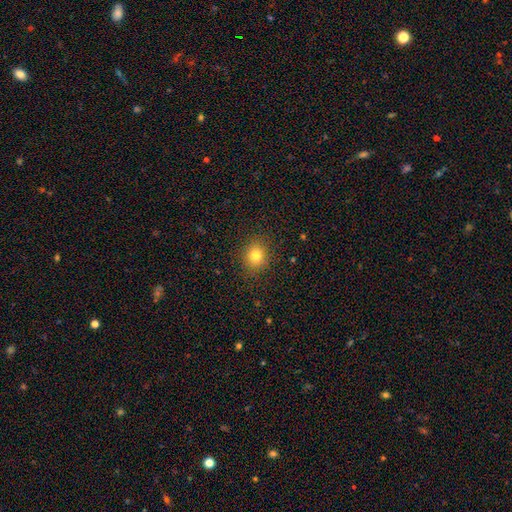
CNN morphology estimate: Q: Smooth or featured?
A: smooth (79%); runner-up: star or artifact (13%)
Q: How rounded?
A: round (76%); runner-up: in between (23%)
Q: Merging?
A: none (89%); runner-up: minor disturbance (7%)